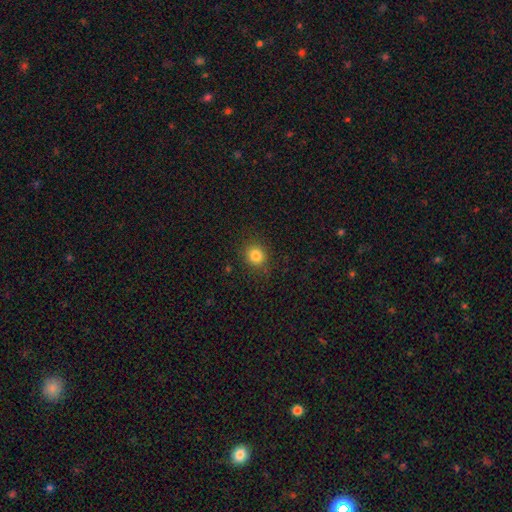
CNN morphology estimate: Smooth or featured?
  - smooth: 83% *
  - star or artifact: 12%
  - featured or disk: 5%
How rounded?
  - round: 86% *
  - in between: 14%
  - cigar-shaped: 1%
Merging?
  - none: 88% *
  - minor disturbance: 8%
  - major disturbance: 3%
  - merger: 1%